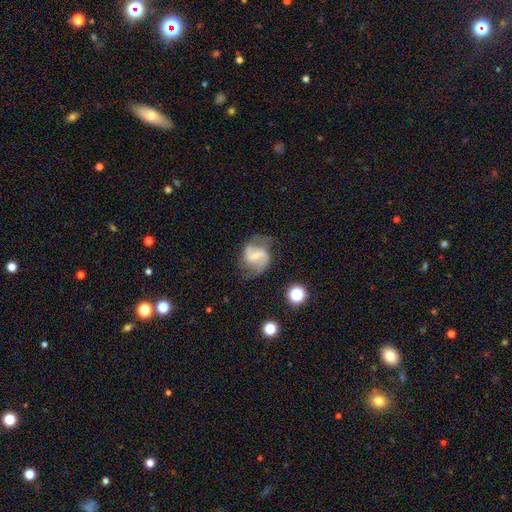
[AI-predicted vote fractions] Smooth or featured? featured or disk (77%)
Edge-on disk? no (97%)
Bar? weak (50%)
Spiral arms? yes (92%)
Spiral winding? medium (48%)
Spiral arm count? 2 (88%)
Bulge size? small (55%)
Merging? none (66%)